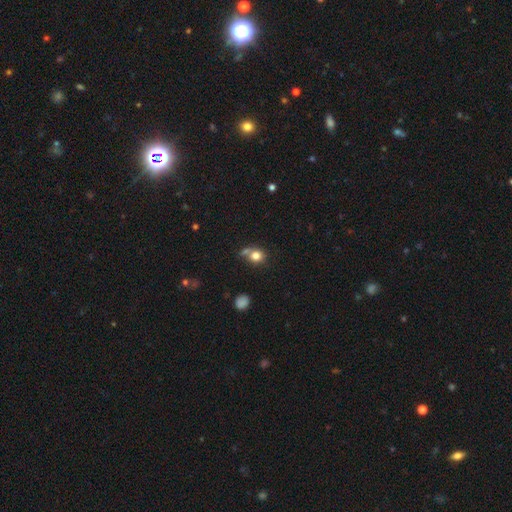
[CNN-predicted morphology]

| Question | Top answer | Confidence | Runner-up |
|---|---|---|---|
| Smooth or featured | smooth | 80% | star or artifact (11%) |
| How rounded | round | 74% | in between (25%) |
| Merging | none | 52% | merger (25%) |